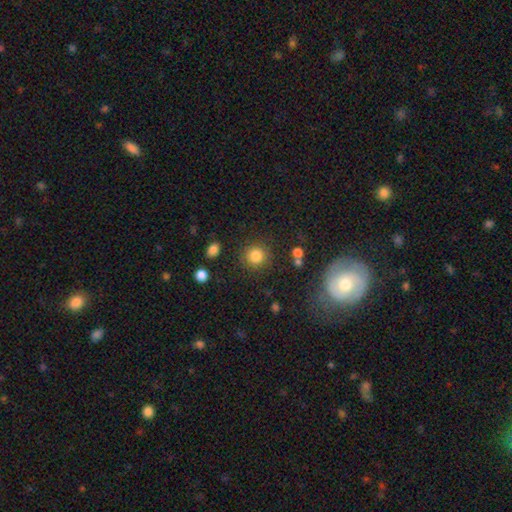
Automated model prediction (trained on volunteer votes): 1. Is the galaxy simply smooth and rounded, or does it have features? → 83% smooth, 11% star or artifact, 6% featured or disk.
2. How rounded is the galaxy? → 91% round, 8% in between, 1% cigar-shaped.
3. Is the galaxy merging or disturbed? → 85% none, 8% minor disturbance, 4% major disturbance, 3% merger.